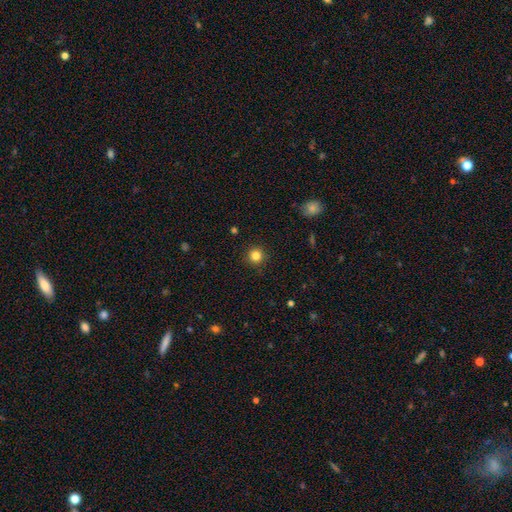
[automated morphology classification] smooth_or_featured: smooth (p=0.83) [alt: star or artifact p=0.12]
how_rounded: round (p=0.95) [alt: in between p=0.04]
merging: none (p=0.92) [alt: minor disturbance p=0.05]